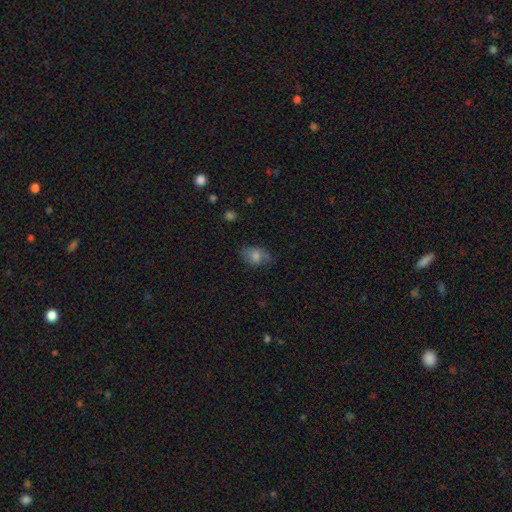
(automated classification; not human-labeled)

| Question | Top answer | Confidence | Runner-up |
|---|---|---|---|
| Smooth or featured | smooth | 62% | featured or disk (25%) |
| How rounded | in between | 75% | round (23%) |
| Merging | none | 64% | minor disturbance (25%) |